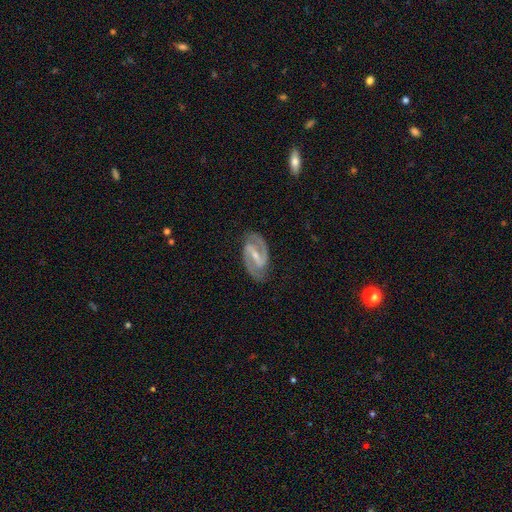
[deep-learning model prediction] Smooth or featured? Predicted: featured or disk (p=0.92). Edge-on disk? Predicted: no (p=0.97). Bar? Predicted: strong (p=0.60). Spiral arms? Predicted: yes (p=0.98). Spiral winding? Predicted: medium (p=0.57). Spiral arm count? Predicted: 2 (p=0.94). Bulge size? Predicted: small (p=0.62). Merging? Predicted: none (p=0.86).